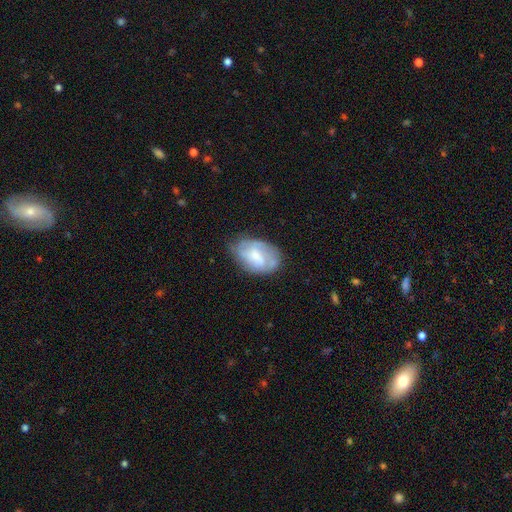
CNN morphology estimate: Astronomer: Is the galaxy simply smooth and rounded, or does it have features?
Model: featured or disk — 50% (runner-up: smooth, 42%).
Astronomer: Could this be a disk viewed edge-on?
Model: no — 95%.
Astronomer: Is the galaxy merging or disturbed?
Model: none — 63%.